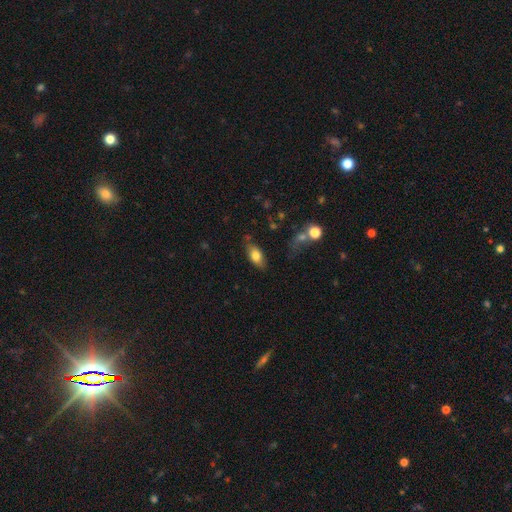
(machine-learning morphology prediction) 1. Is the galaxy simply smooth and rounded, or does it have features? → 77% smooth, 15% featured or disk, 7% star or artifact.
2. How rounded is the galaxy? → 87% in between, 8% cigar-shaped, 5% round.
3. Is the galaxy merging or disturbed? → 75% none, 17% minor disturbance, 4% major disturbance, 4% merger.